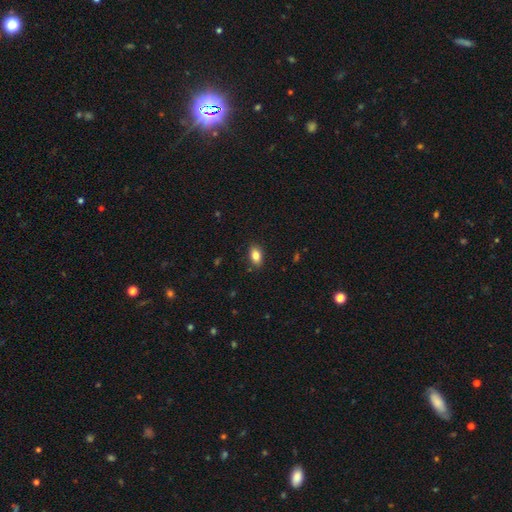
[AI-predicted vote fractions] smooth_or_featured: smooth (p=0.84) [alt: star or artifact p=0.08]
how_rounded: in between (p=0.89) [alt: round p=0.08]
merging: none (p=0.87) [alt: minor disturbance p=0.10]